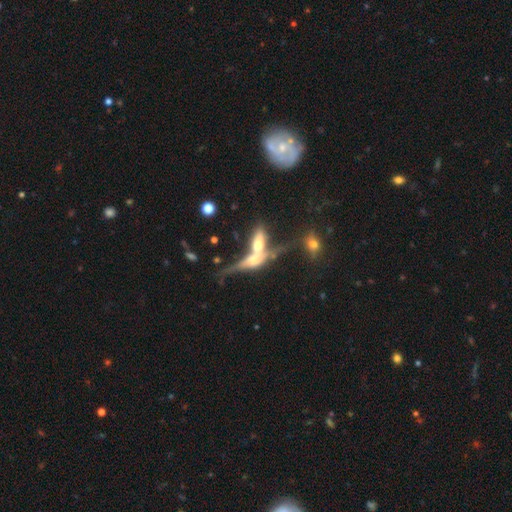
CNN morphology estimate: Smooth or featured? Predicted: featured or disk (p=0.56). Edge-on disk? Predicted: yes (p=0.69). Merging? Predicted: merger (p=0.64).